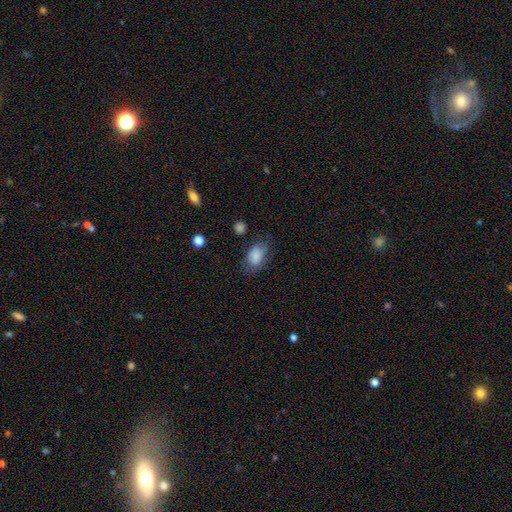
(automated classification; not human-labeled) Smooth or featured: smooth — 82% (featured or disk — 9%)
How rounded: in between — 88% (round — 11%)
Merging: none — 61% (minor disturbance — 26%)